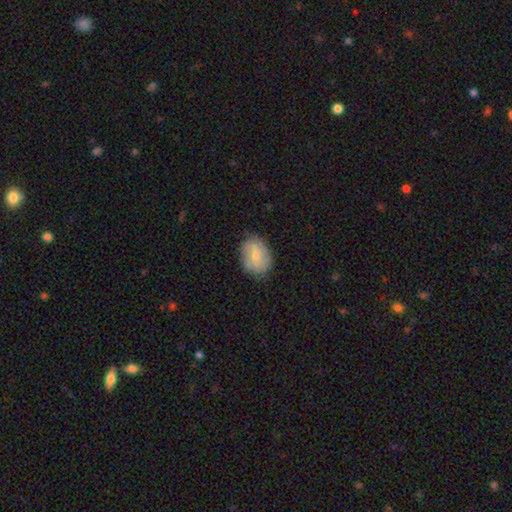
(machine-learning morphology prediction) The model was most divided on "smooth or featured": smooth: 53%, featured or disk: 40%, star or artifact: 7%. More confident: merging — none (78%); how rounded — in between (63%).